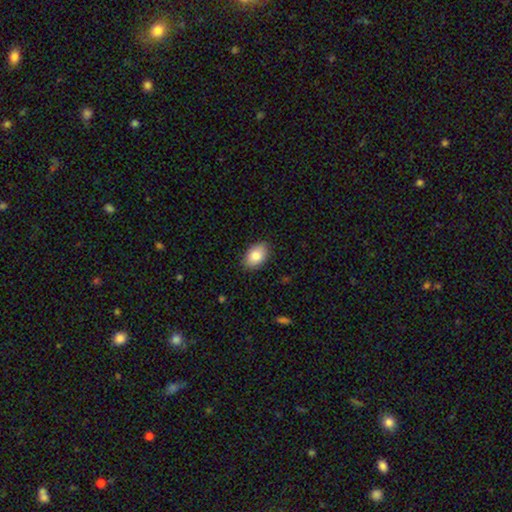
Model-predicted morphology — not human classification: Smooth or featured? Predicted: smooth (p=0.84). How rounded? Predicted: in between (p=0.90). Merging? Predicted: none (p=0.87).